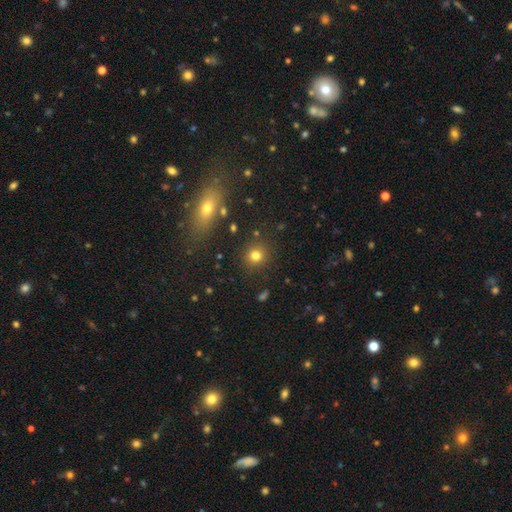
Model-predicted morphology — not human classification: smooth_or_featured: smooth (p=0.78) [alt: star or artifact p=0.15]
how_rounded: round (p=0.89) [alt: in between p=0.10]
merging: none (p=0.87) [alt: minor disturbance p=0.07]